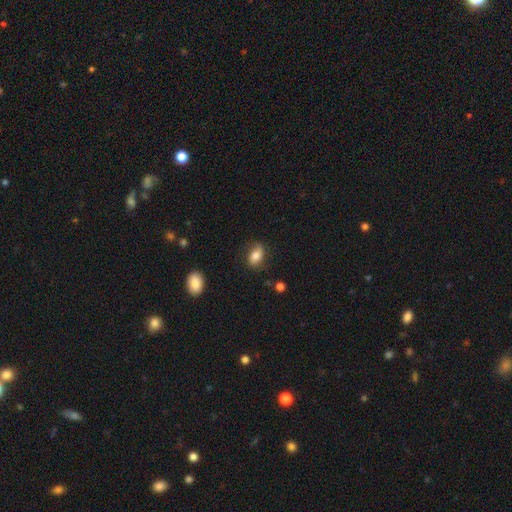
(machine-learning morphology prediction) Smooth or featured?
  - smooth: 78% *
  - featured or disk: 14%
  - star or artifact: 8%
How rounded?
  - in between: 85% *
  - round: 13%
  - cigar-shaped: 3%
Merging?
  - none: 74% *
  - minor disturbance: 20%
  - major disturbance: 5%
  - merger: 2%